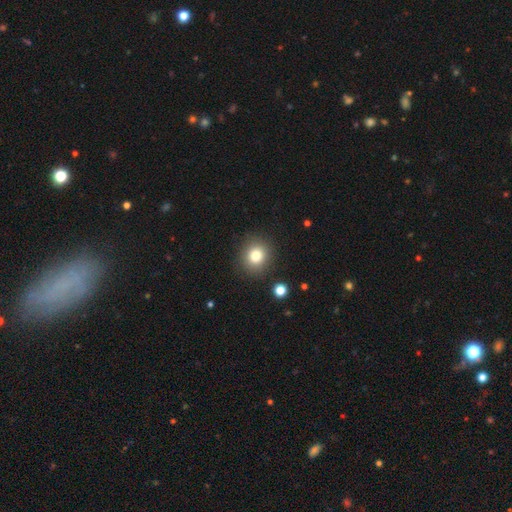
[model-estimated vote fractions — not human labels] smooth 79%, star or artifact 12%, featured or disk 9%. Down the decision tree: how rounded — round (85%); merging — none (88%).